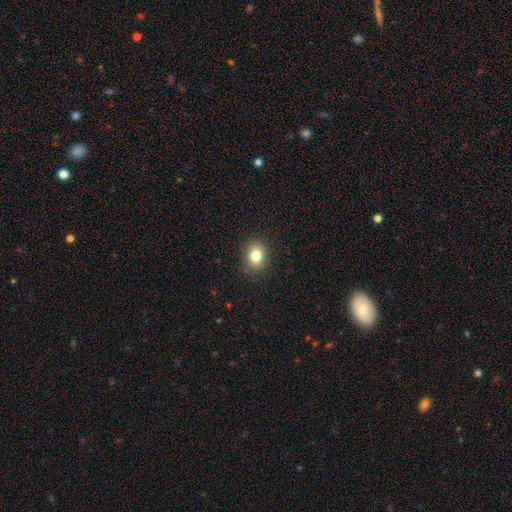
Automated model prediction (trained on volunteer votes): Smooth or featured: smooth — 81% (star or artifact — 10%)
How rounded: round — 51% (in between — 49%)
Merging: none — 88% (minor disturbance — 8%)